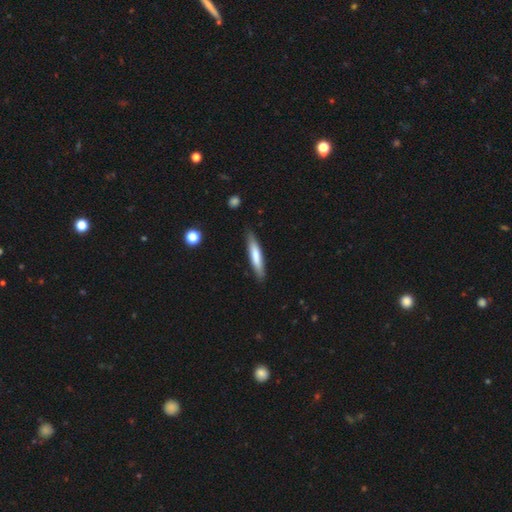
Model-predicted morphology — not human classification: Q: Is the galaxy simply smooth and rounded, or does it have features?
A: smooth — 69%.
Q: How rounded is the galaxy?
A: cigar-shaped — 88%.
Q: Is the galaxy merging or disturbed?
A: none — 85%.